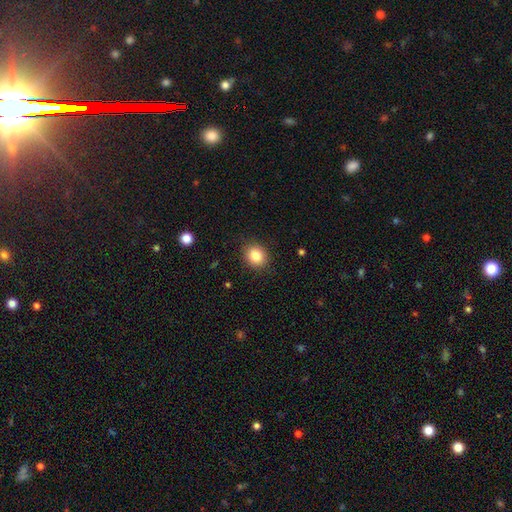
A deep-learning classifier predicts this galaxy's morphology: This is clearly a smooth galaxy (84%). How rounded: likely round (74%). Merging: clearly none (88%).